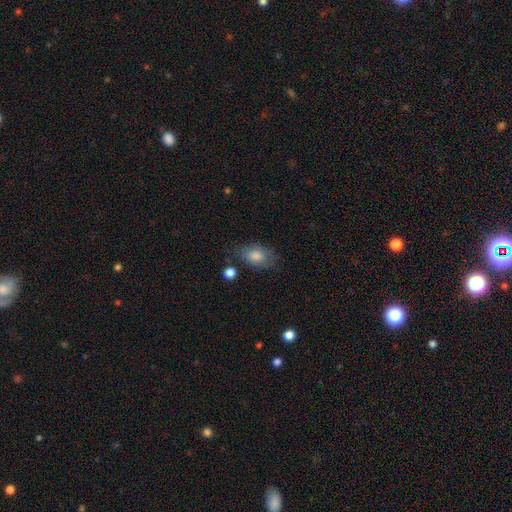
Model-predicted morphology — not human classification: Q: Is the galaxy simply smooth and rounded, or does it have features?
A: smooth — 80%.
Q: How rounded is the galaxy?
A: in between — 85%.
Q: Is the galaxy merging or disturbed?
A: none — 71%.